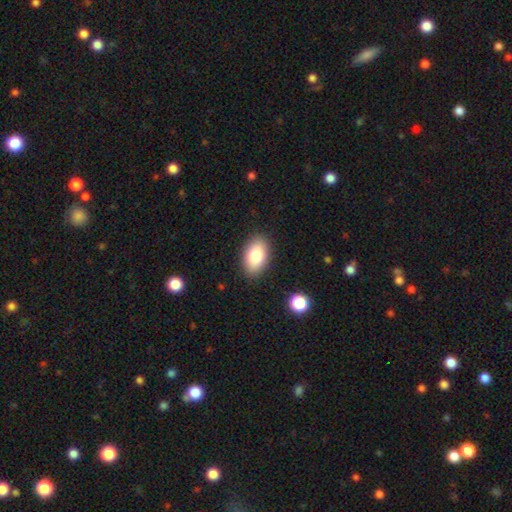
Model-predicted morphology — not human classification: smooth-or-featured: smooth: 81% | featured or disk: 11% | star or artifact: 8%
  how-rounded: in between: 92% | round: 7% | cigar-shaped: 2%
  merging: none: 88% | minor disturbance: 9% | major disturbance: 2% | merger: 1%